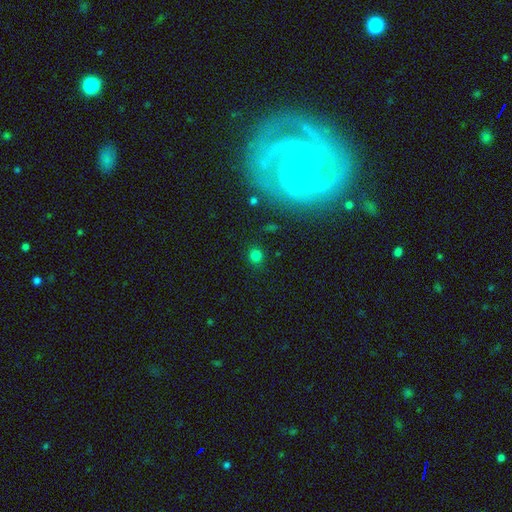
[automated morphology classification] Smooth or featured?
  - smooth: 77% *
  - star or artifact: 18%
  - featured or disk: 5%
How rounded?
  - round: 87% *
  - in between: 11%
  - cigar-shaped: 1%
Merging?
  - none: 86% *
  - minor disturbance: 8%
  - major disturbance: 3%
  - merger: 3%